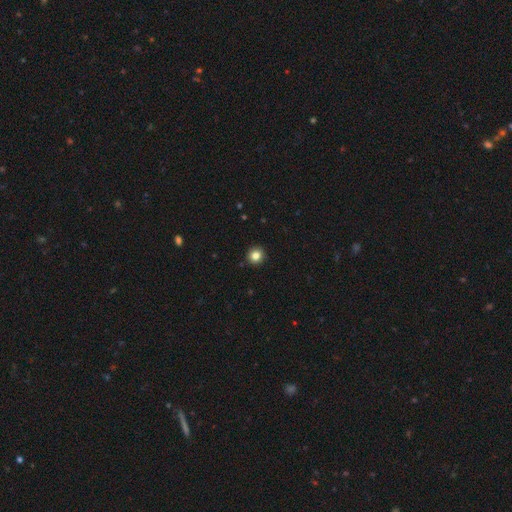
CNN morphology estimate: Smooth or featured? Predicted: smooth (p=0.83). How rounded? Predicted: round (p=0.94). Merging? Predicted: none (p=0.93).